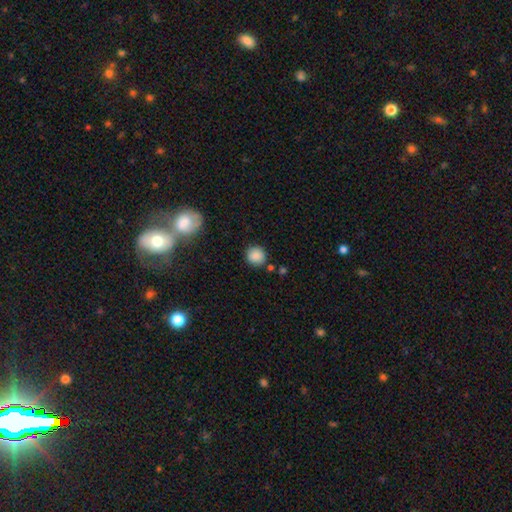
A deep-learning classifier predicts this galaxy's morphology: Smooth or featured? Predicted: smooth (p=0.87). How rounded? Predicted: round (p=0.90). Merging? Predicted: none (p=0.83).